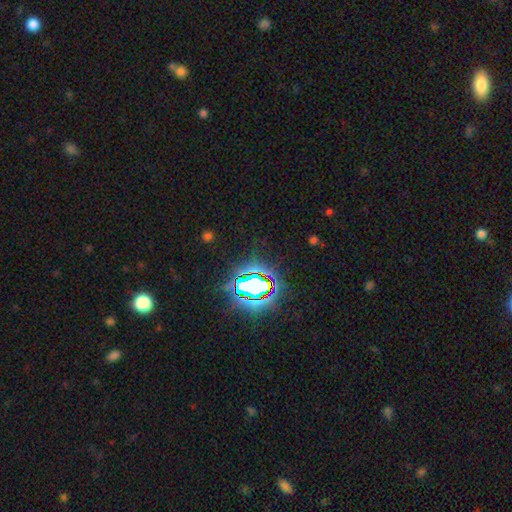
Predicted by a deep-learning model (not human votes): This is likely a star or artifact rather than a galaxy (79%).